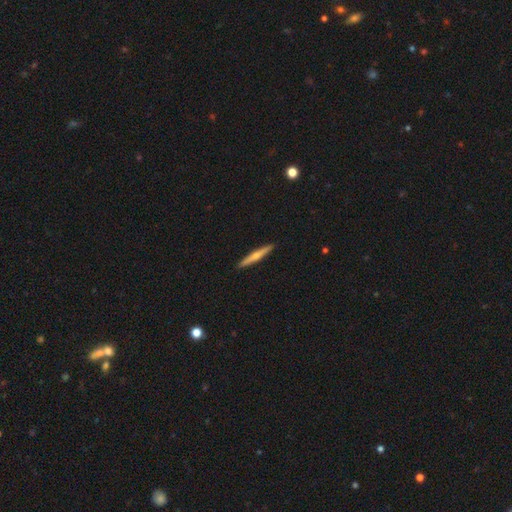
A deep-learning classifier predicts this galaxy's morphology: type=featured or disk (49%); merging=none (92%).